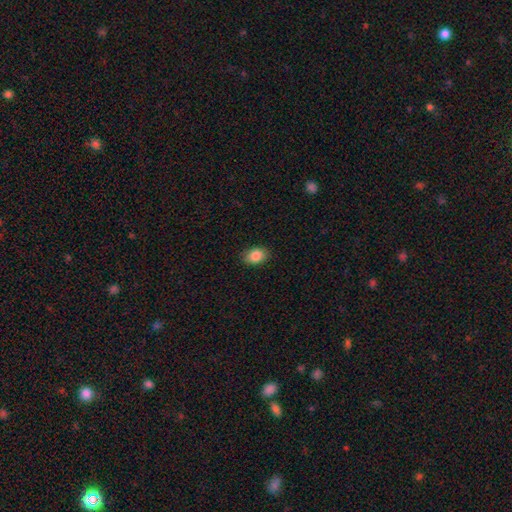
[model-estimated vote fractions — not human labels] Smooth or featured? Predicted: smooth (p=0.86). How rounded? Predicted: in between (p=0.76). Merging? Predicted: none (p=0.88).